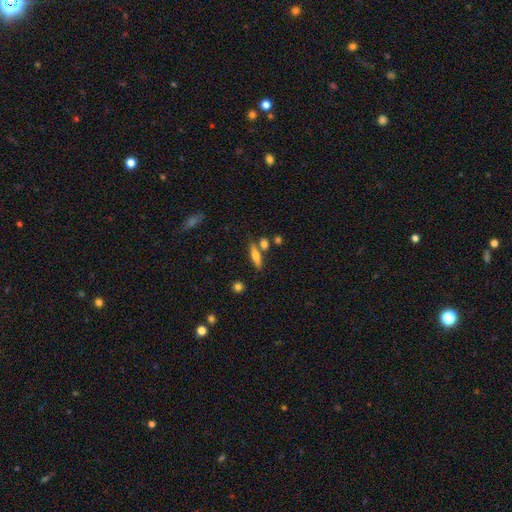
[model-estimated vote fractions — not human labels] smooth 55%, featured or disk 37%, star or artifact 8%. Down the decision tree: how rounded — cigar-shaped (68%); merging — none (71%).